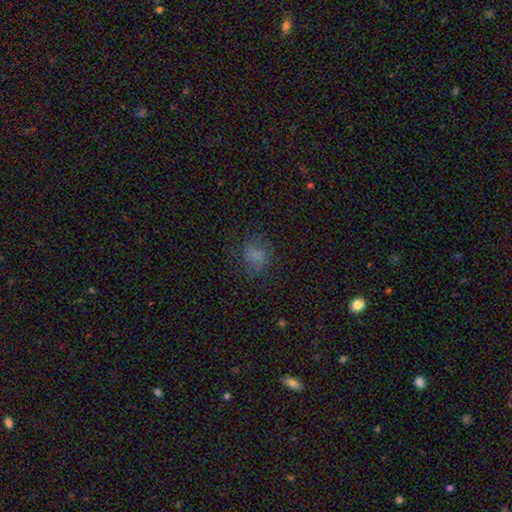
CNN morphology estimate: The model was most divided on "how rounded": round: 63%, in between: 36%, cigar-shaped: 1%. More confident: merging — none (67%); smooth or featured — smooth (67%).